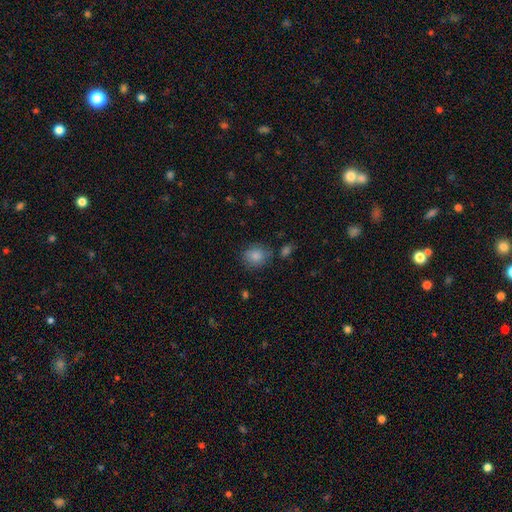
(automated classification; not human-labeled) Smooth or featured? Predicted: smooth (p=0.85). How rounded? Predicted: round (p=0.65). Merging? Predicted: none (p=0.77).